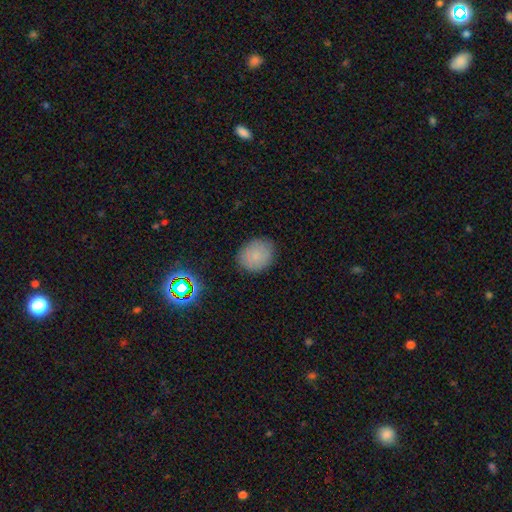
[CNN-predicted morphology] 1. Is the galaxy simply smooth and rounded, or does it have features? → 79% smooth, 14% star or artifact, 7% featured or disk.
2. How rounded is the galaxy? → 63% round, 36% in between, 1% cigar-shaped.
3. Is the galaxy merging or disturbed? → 85% none, 11% minor disturbance, 3% major disturbance, 1% merger.